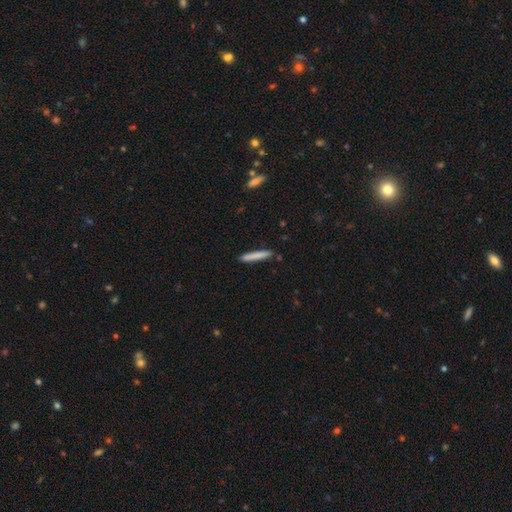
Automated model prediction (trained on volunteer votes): A smooth galaxy with no disk features (80%) that is cigar-shaped (95%).

Vote fractions:
- Smooth or featured? smooth: 80% / featured or disk: 14% / star or artifact: 6%
- How rounded? cigar-shaped: 95% / in between: 4% / round: 1%
- Merging? none: 89% / minor disturbance: 8% / merger: 2% / major disturbance: 2%